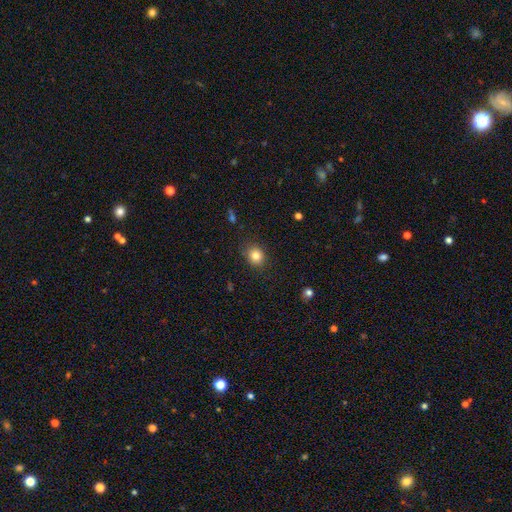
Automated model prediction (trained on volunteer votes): Smooth or featured? smooth (82%)
How rounded? round (69%)
Merging? none (83%)